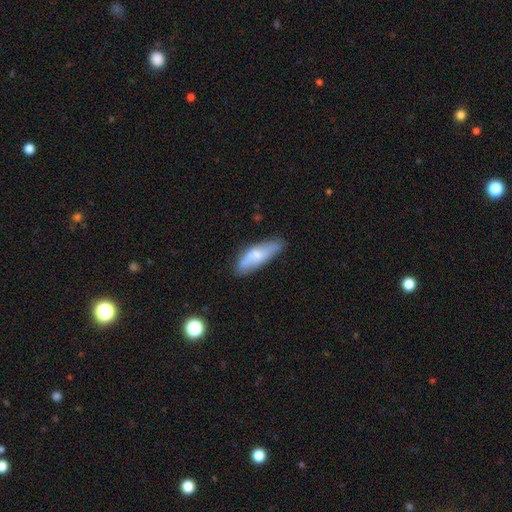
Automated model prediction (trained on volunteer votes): A smooth galaxy with no disk features (59%) that is in between round and cigar-shaped (52%).

Vote fractions:
- Smooth or featured? smooth: 59% / featured or disk: 35% / star or artifact: 6%
- How rounded? in between: 52% / cigar-shaped: 46% / round: 2%
- Merging? none: 68% / minor disturbance: 23% / major disturbance: 6% / merger: 3%